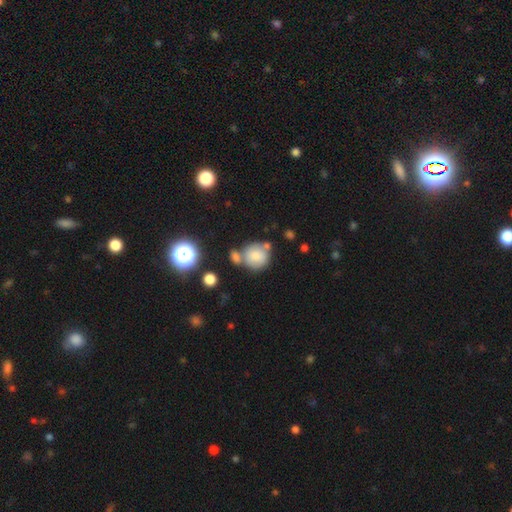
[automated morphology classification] This is likely a smooth galaxy (78%). How rounded: clearly round (85%). Merging: possibly none (52%).